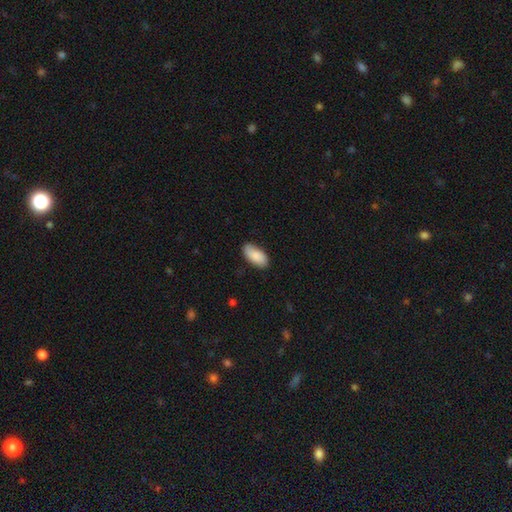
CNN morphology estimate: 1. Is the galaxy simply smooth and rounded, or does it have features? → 86% smooth, 8% featured or disk, 6% star or artifact.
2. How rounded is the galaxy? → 93% in between, 5% cigar-shaped, 2% round.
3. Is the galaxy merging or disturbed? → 79% none, 17% minor disturbance, 3% major disturbance, 1% merger.